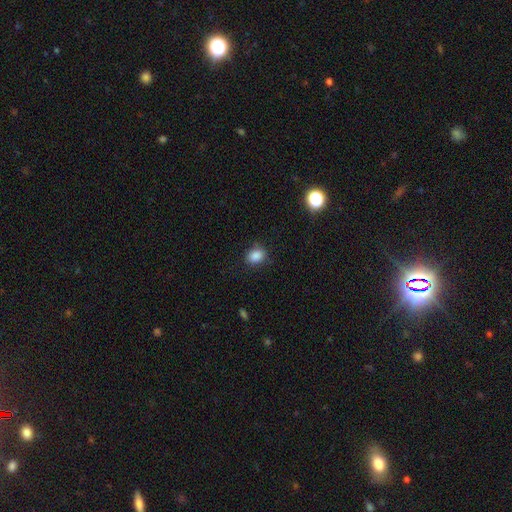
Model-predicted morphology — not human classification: type=smooth (87%); roundness=in between (58%); merging=none (78%).